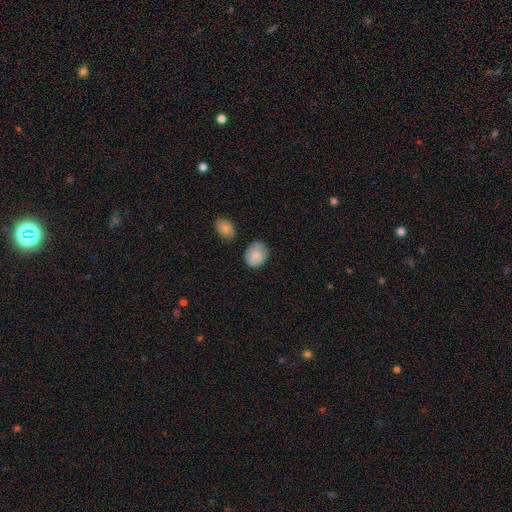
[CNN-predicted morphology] Smooth or featured: smooth — 83% (featured or disk — 10%)
How rounded: round — 63% (in between — 36%)
Merging: none — 73% (minor disturbance — 20%)